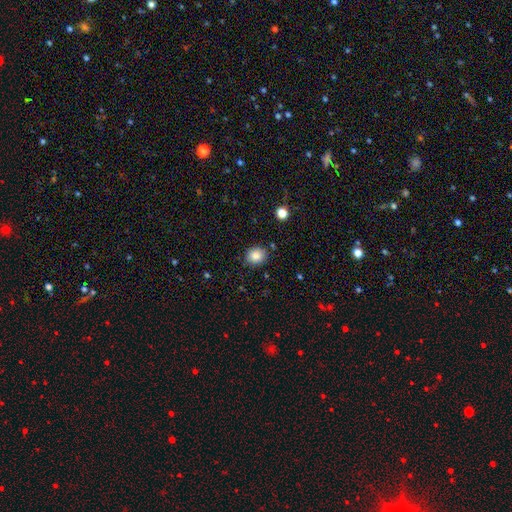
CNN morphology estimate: Smooth or featured? smooth (84%)
How rounded? round (73%)
Merging? none (84%)